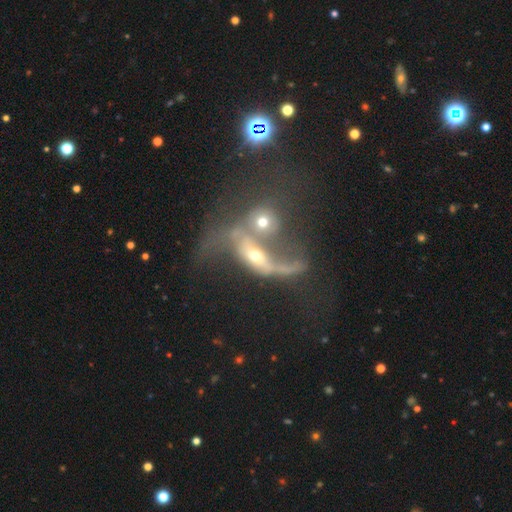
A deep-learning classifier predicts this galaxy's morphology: smooth_or_featured: featured or disk (p=0.61) [alt: smooth p=0.28]
disk_edge_on: no (p=0.87) [alt: yes p=0.13]
bar: no (p=0.64) [alt: weak p=0.22]
has_spiral_arms: yes (p=0.56) [alt: no p=0.44]
bulge_size: moderate (p=0.45) [alt: small p=0.42]
merging: merger (p=0.60) [alt: major disturbance p=0.23]